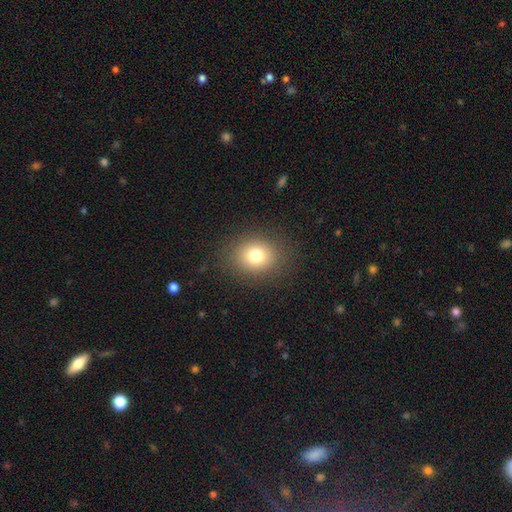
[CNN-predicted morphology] This appears to be a smooth galaxy with no disk features (78%) that is round (64%). Merging: none (86%).